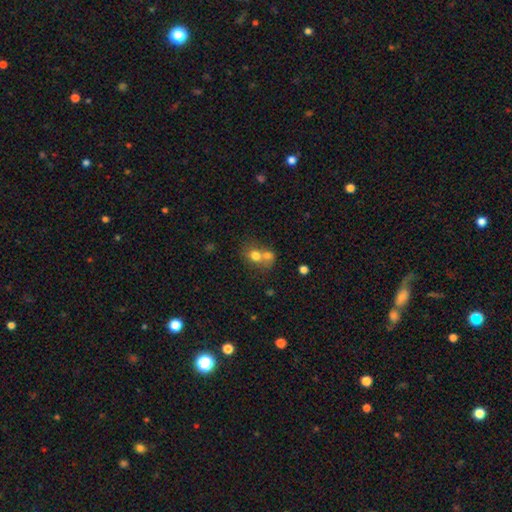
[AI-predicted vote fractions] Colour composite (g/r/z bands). It shows a smooth galaxy with no disk features (72%) that is round (64%). Merging: merger (61%).